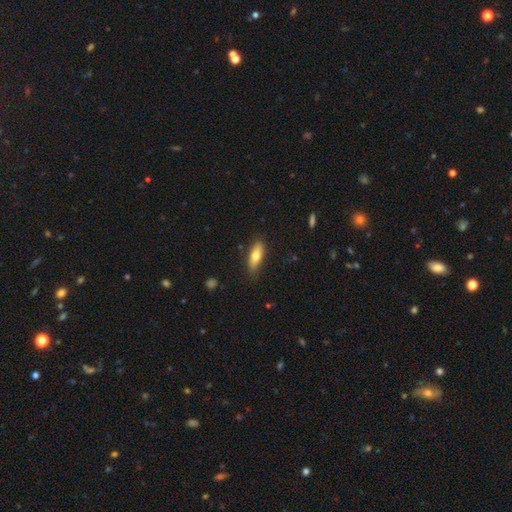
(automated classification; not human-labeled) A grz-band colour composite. It shows a smooth galaxy with no disk features (74%) that is in between round and cigar-shaped (63%). Merging: none (82%).